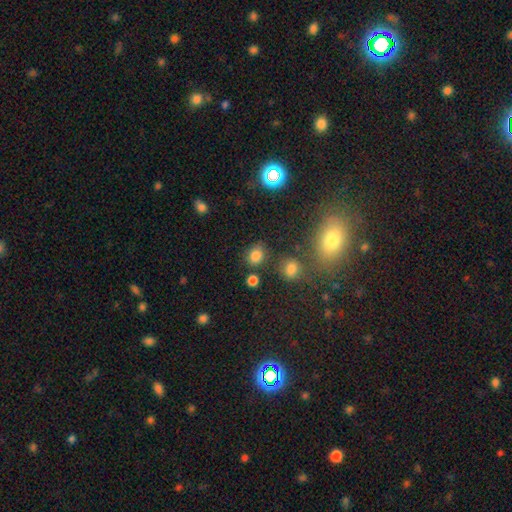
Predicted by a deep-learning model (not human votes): This is clearly a smooth galaxy (80%). How rounded: possibly round (56%). Merging: likely none (73%).